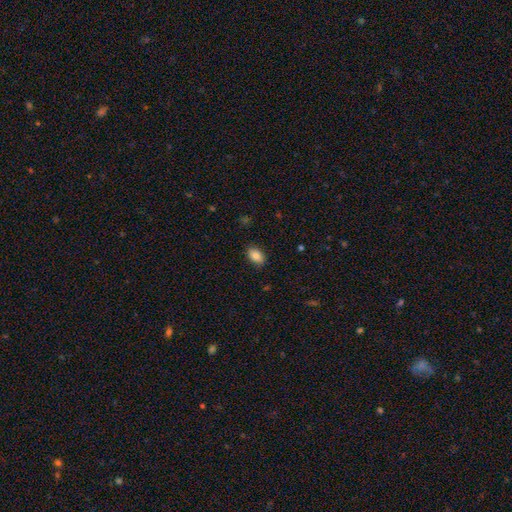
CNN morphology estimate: smooth-or-featured: smooth: 85% | star or artifact: 8% | featured or disk: 7%
  how-rounded: in between: 88% | round: 11% | cigar-shaped: 1%
  merging: none: 87% | minor disturbance: 9% | major disturbance: 2% | merger: 1%